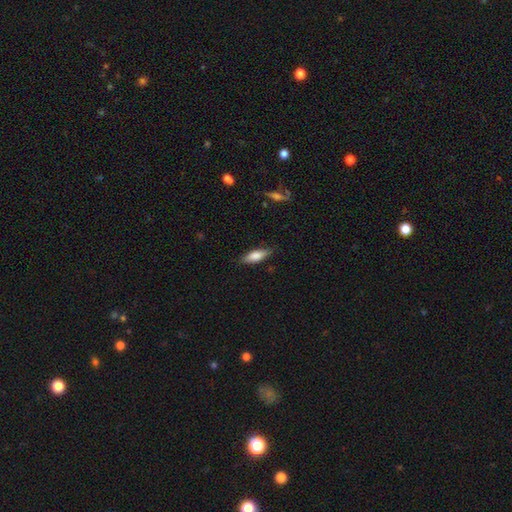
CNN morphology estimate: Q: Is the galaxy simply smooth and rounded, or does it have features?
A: smooth — 76%.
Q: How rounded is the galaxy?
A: in between — 61%.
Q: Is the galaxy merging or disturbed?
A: none — 81%.